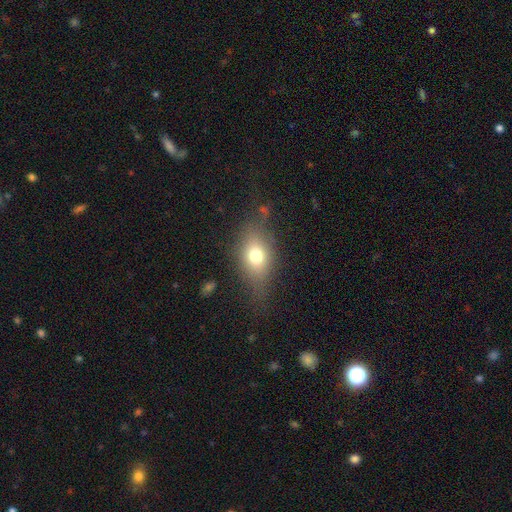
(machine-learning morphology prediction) Q: Smooth or featured?
A: smooth (69%); runner-up: featured or disk (20%)
Q: How rounded?
A: in between (73%); runner-up: round (22%)
Q: Merging?
A: none (62%); runner-up: minor disturbance (22%)